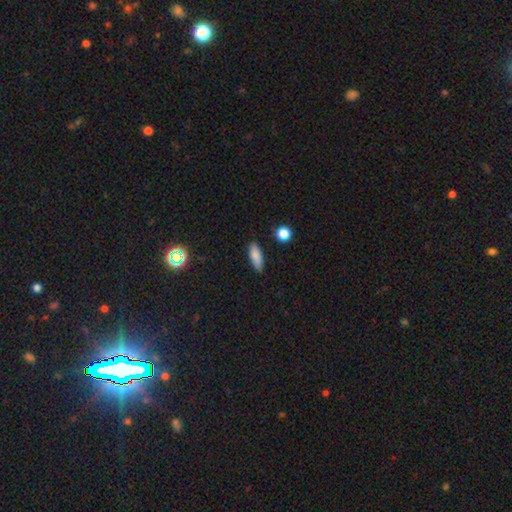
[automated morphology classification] smooth_or_featured: smooth (p=0.84) [alt: star or artifact p=0.08]
how_rounded: in between (p=0.69) [alt: cigar-shaped p=0.28]
merging: none (p=0.83) [alt: minor disturbance p=0.12]